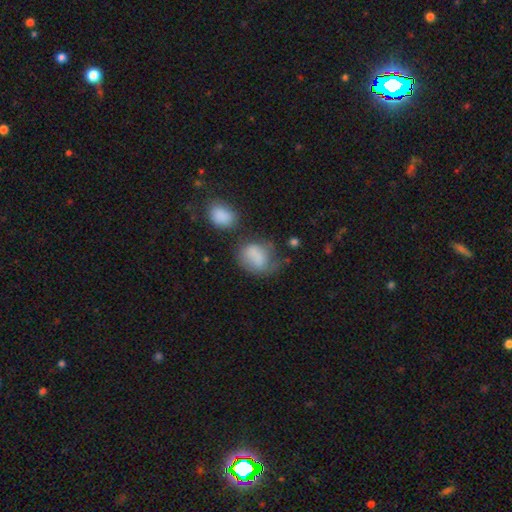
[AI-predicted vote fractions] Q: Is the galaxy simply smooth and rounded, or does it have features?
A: smooth — 77%.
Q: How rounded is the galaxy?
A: in between — 60%.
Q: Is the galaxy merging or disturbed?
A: none — 37%.